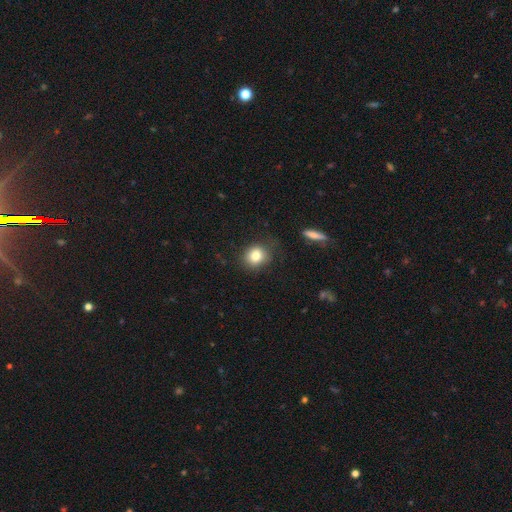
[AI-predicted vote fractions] Smooth or featured? smooth (82%)
How rounded? round (74%)
Merging? none (78%)